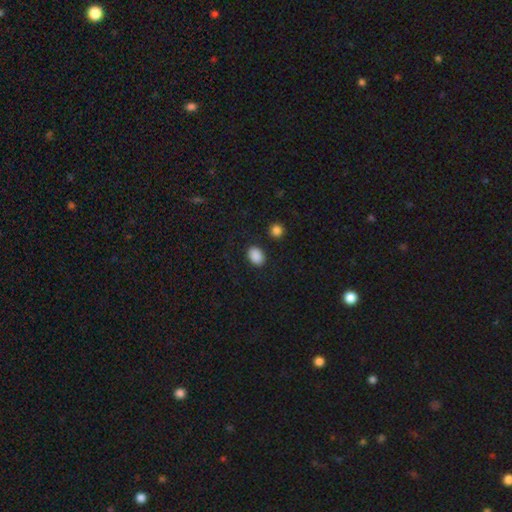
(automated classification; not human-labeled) Smooth or featured? Predicted: smooth (p=0.89). How rounded? Predicted: in between (p=0.79). Merging? Predicted: none (p=0.87).